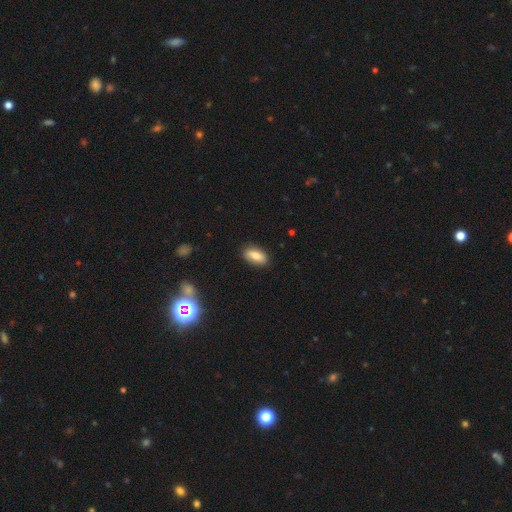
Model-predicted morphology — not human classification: Smooth or featured? smooth (83%)
How rounded? in between (89%)
Merging? none (86%)